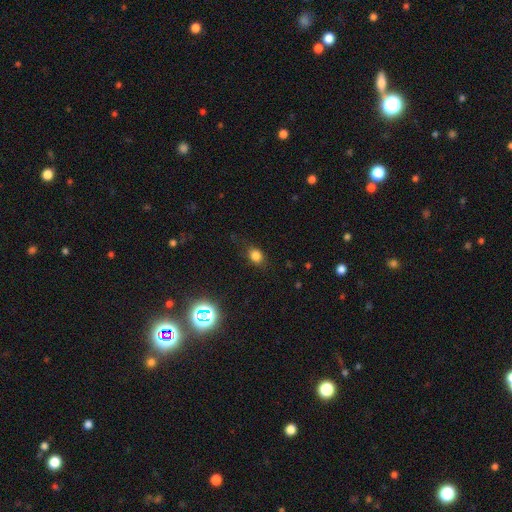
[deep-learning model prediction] smooth-or-featured: smooth: 77% | star or artifact: 16% | featured or disk: 7%
  how-rounded: in between: 51% | round: 47% | cigar-shaped: 2%
  merging: none: 75% | minor disturbance: 17% | major disturbance: 6% | merger: 1%